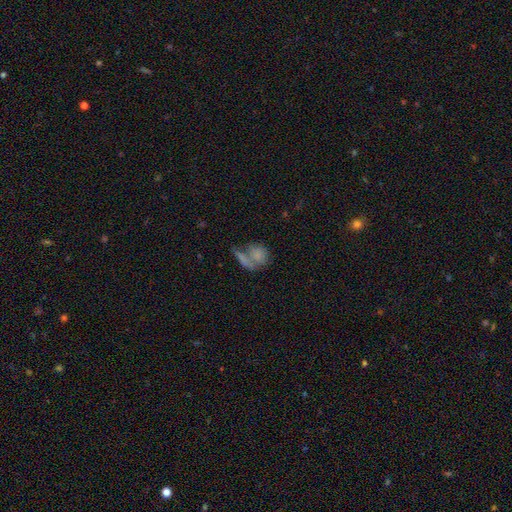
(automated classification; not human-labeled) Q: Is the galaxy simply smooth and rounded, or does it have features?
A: smooth — 71%.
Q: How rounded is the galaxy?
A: round — 56%.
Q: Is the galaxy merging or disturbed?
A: merger — 45%.